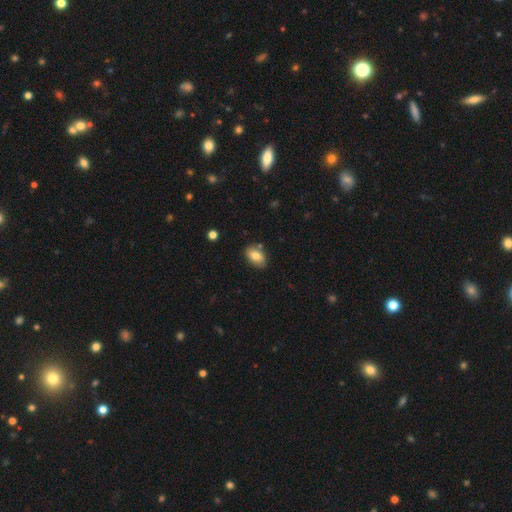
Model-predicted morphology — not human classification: smooth 79%, featured or disk 13%, star or artifact 8%. Down the decision tree: how rounded — in between (89%); merging — none (78%).